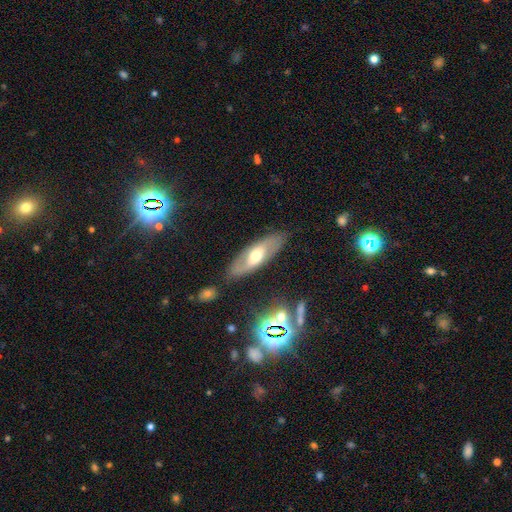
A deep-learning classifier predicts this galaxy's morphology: Smooth or featured? featured or disk (53%)
Edge-on disk? no (75%)
Merging? none (82%)